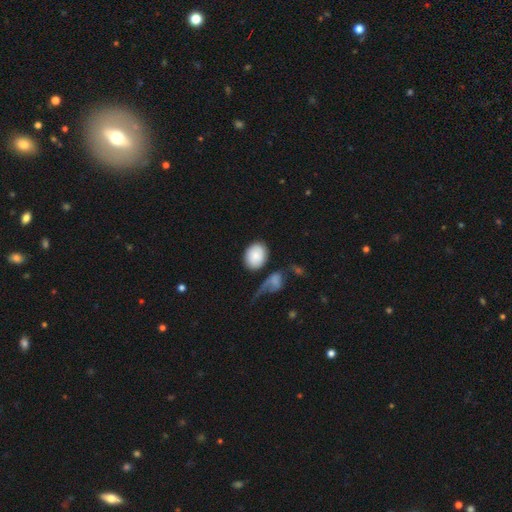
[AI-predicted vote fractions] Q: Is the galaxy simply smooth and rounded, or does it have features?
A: smooth — 82%.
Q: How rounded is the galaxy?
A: in between — 52%.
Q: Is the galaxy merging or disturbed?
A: none — 54%.